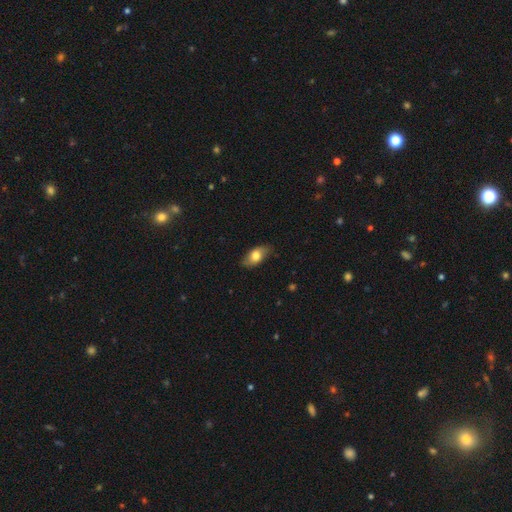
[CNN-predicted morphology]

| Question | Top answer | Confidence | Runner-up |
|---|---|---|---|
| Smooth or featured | smooth | 72% | featured or disk (22%) |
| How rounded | in between | 89% | round (6%) |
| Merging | none | 79% | minor disturbance (17%) |